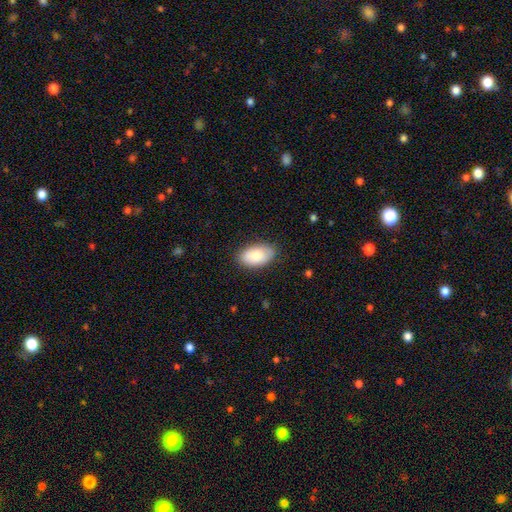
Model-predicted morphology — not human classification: This appears to be a smooth galaxy with no disk features (83%) that is in between round and cigar-shaped (94%). Merging: none (83%).